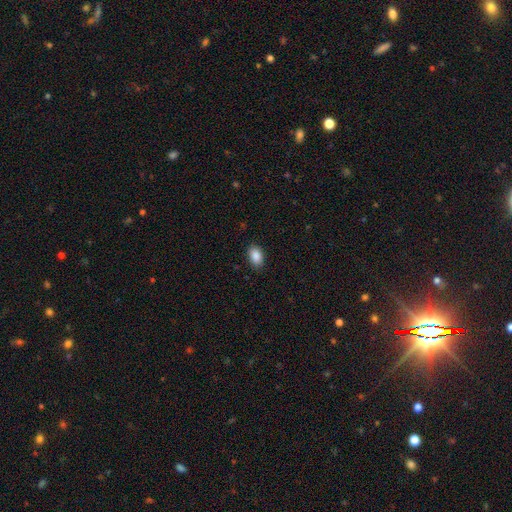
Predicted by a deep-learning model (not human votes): smooth_or_featured: smooth (p=0.88) [alt: star or artifact p=0.08]
how_rounded: in between (p=0.88) [alt: round p=0.10]
merging: none (p=0.87) [alt: minor disturbance p=0.10]